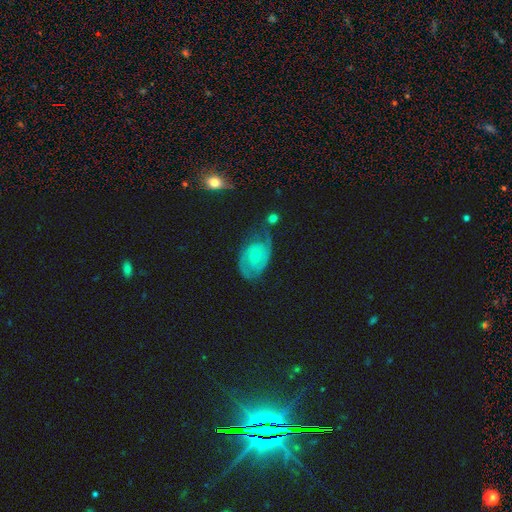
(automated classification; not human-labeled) This is likely a featured or disk galaxy (71%). It is clearly not viewed edge-on (97%). Bar: likely no (75%). Spiral arm pattern: clearly yes (87%). Spiral arm count: likely 2 (63%). Spiral winding: possibly tight (49%). Central bulge: likely small (74%). Merging: possibly none (50%).